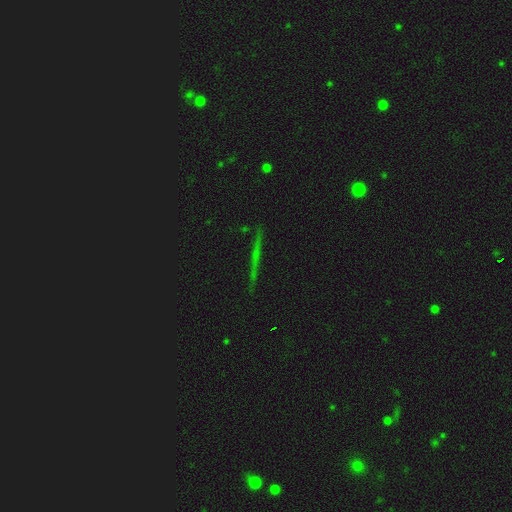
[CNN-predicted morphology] smooth_or_featured: featured or disk (p=0.44) [alt: star or artifact p=0.30]
merging: none (p=0.89) [alt: minor disturbance p=0.07]